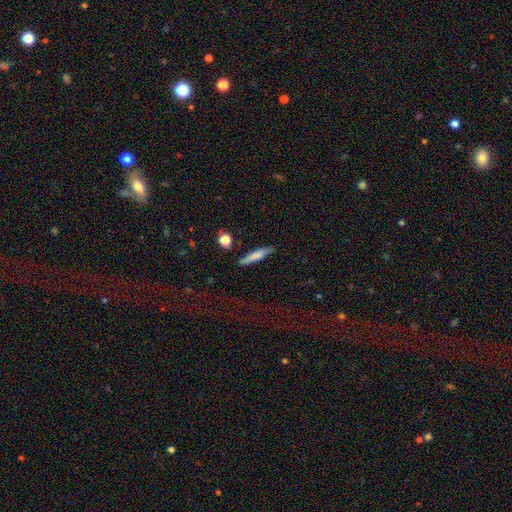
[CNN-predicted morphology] Smooth or featured?
  - smooth: 70% *
  - featured or disk: 22%
  - star or artifact: 7%
How rounded?
  - cigar-shaped: 87% *
  - in between: 11%
  - round: 2%
Merging?
  - none: 81% *
  - minor disturbance: 13%
  - merger: 3%
  - major disturbance: 3%